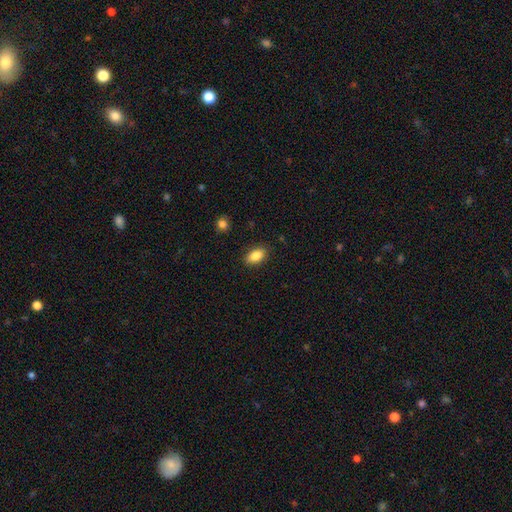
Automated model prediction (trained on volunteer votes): smooth_or_featured: smooth (p=0.86) [alt: star or artifact p=0.08]
how_rounded: in between (p=0.91) [alt: round p=0.06]
merging: none (p=0.87) [alt: minor disturbance p=0.09]